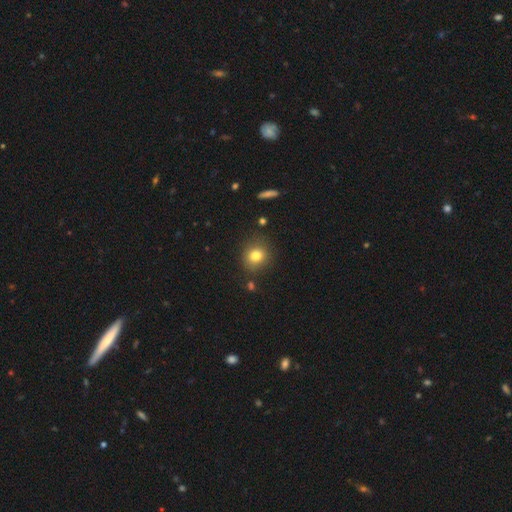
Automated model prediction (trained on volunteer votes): Morphology: type=smooth (80%); roundness=round (77%); merging=none (82%).